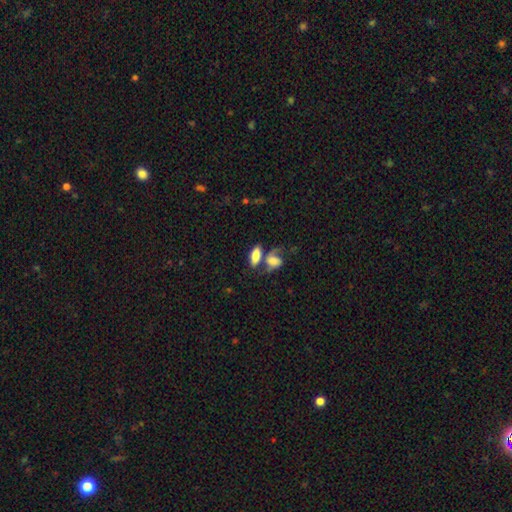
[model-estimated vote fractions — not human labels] Smooth or featured? Predicted: smooth (p=0.73). How rounded? Predicted: in between (p=0.85). Merging? Predicted: merger (p=0.42).